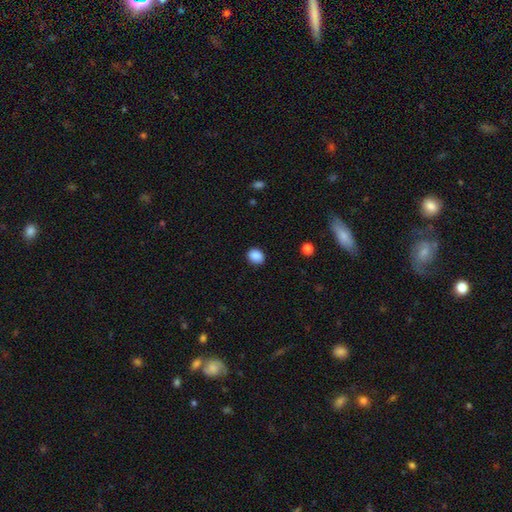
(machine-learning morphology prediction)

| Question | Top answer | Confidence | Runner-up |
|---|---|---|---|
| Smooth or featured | smooth | 88% | star or artifact (9%) |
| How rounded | round | 62% | in between (37%) |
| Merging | none | 87% | minor disturbance (10%) |